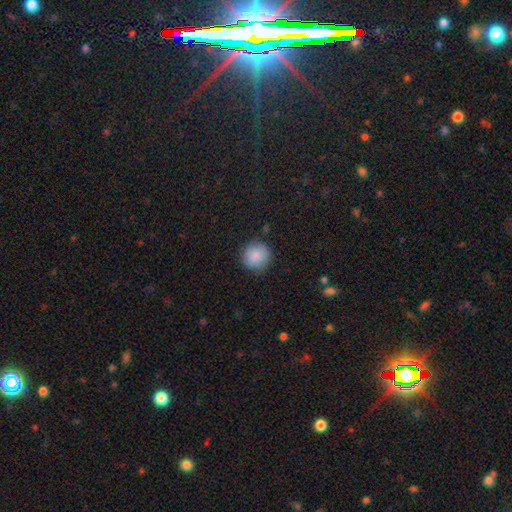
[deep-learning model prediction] smooth-or-featured: smooth: 87% | star or artifact: 8% | featured or disk: 5%
  how-rounded: round: 92% | in between: 7% | cigar-shaped: 1%
  merging: none: 84% | minor disturbance: 11% | major disturbance: 3% | merger: 1%